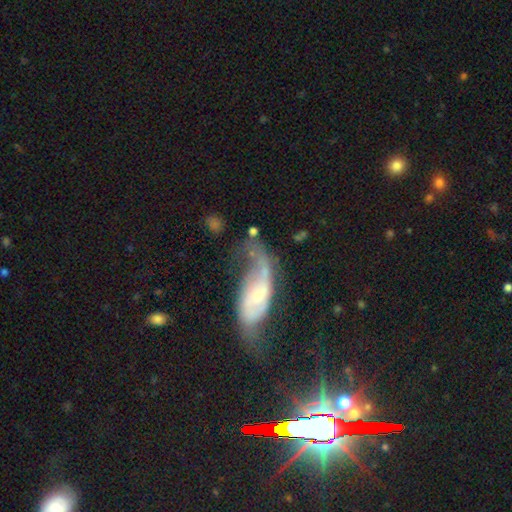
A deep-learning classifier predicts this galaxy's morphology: Smooth or featured: featured or disk — 68% (smooth — 23%)
Edge-on disk: no — 91% (yes — 9%)
Bar: no — 52% (weak — 36%)
Spiral arms: yes — 83% (no — 17%)
Spiral winding: loose — 64% (medium — 25%)
Spiral arm count: 2 — 68% (1 — 20%)
Bulge size: small — 51% (moderate — 30%)
Merging: major disturbance — 37% (none — 33%)